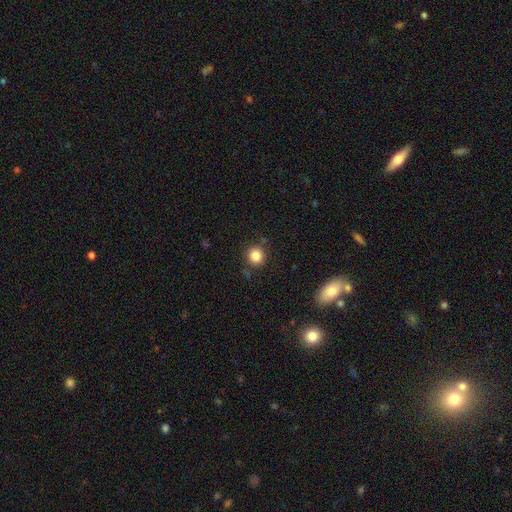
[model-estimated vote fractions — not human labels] This is clearly a smooth galaxy (84%). How rounded: clearly round (88%). Merging: clearly none (85%).